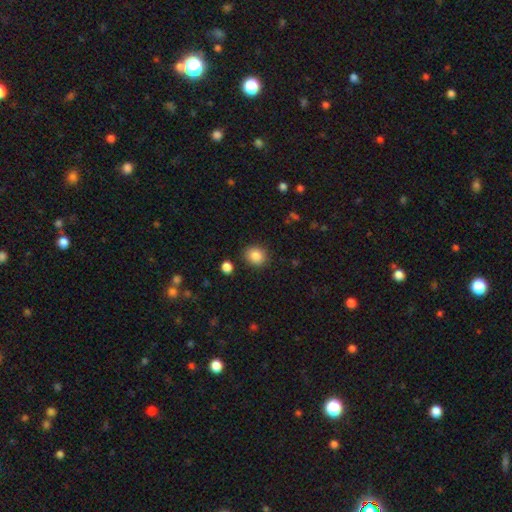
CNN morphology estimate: smooth_or_featured: smooth (p=0.86) [alt: star or artifact p=0.09]
how_rounded: round (p=0.73) [alt: in between p=0.26]
merging: none (p=0.87) [alt: minor disturbance p=0.08]